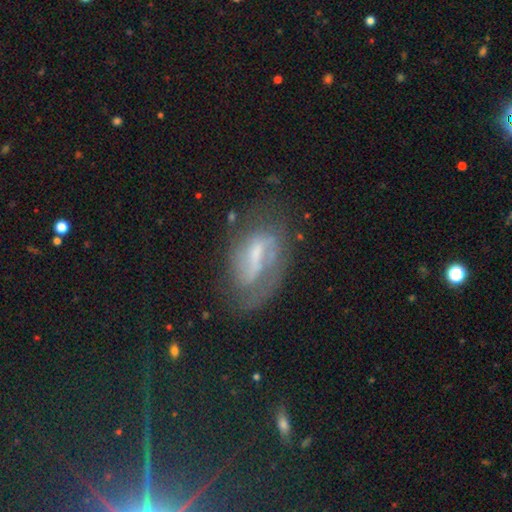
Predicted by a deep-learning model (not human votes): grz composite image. It shows a featured or disk galaxy (68%) with a weak bar (46%), spiral arms (76%) and a small central bulge (40%). Merging: none (51%).